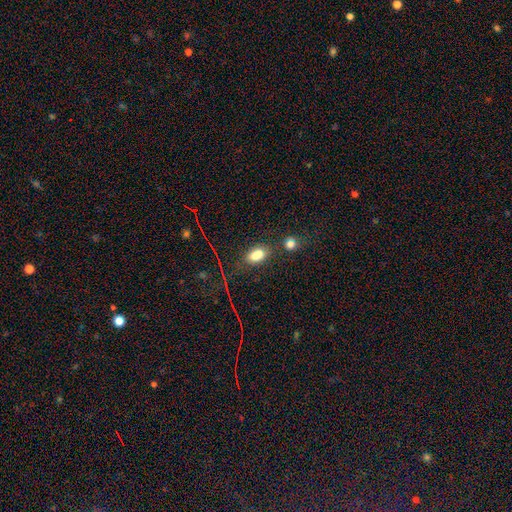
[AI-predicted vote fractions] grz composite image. It shows a smooth galaxy with no disk features (76%) that is in between round and cigar-shaped (83%). Merging: none (65%).